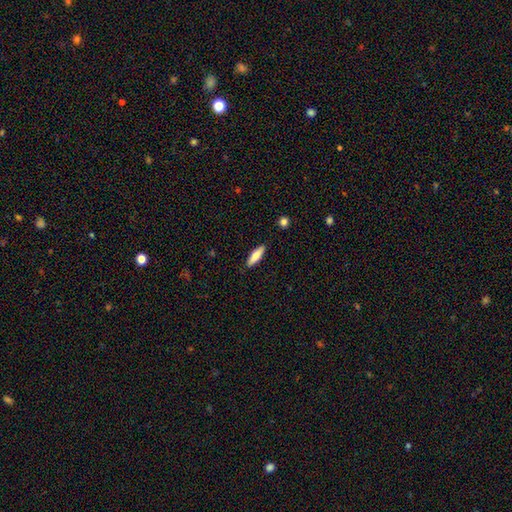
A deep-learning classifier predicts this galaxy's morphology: Overall: smooth (75%). How rounded: cigar-shaped (54%; in between 44%). Merging: none (88%).